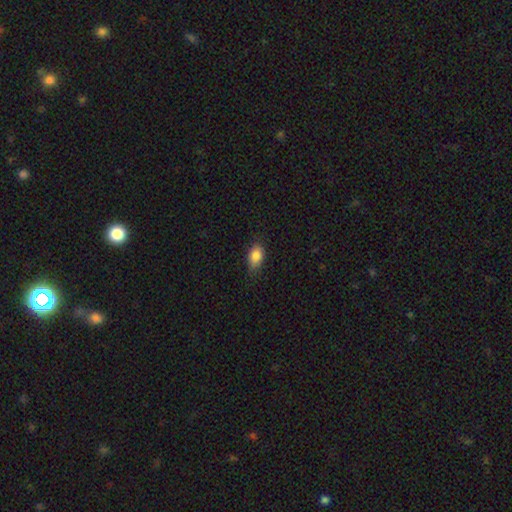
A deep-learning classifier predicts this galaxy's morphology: Overall: smooth (85%). How rounded: in between (82%). Merging: none (69%).